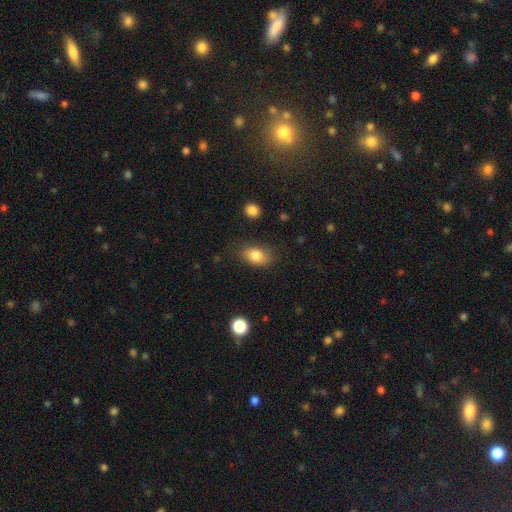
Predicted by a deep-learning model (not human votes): This is clearly a smooth galaxy (82%). How rounded: clearly in between (84%). Merging: likely none (75%).